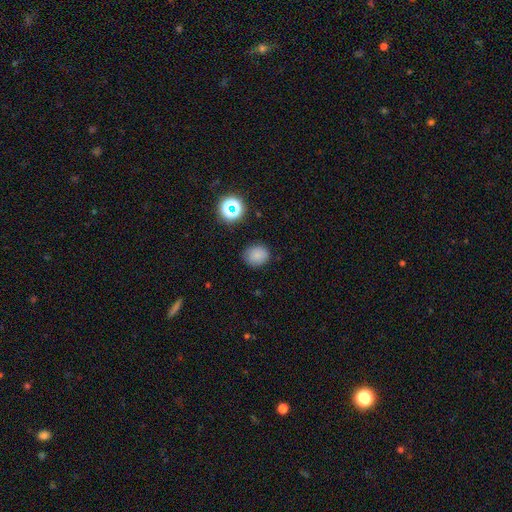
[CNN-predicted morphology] This is clearly a smooth galaxy (80%). How rounded: likely round (69%). Merging: clearly none (84%).